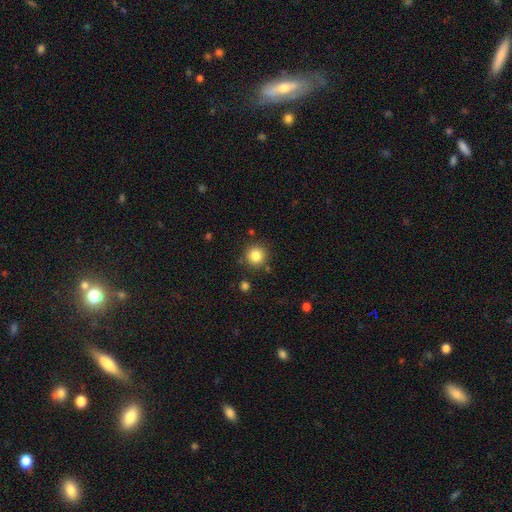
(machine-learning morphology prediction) Smooth or featured? Predicted: smooth (p=0.84). How rounded? Predicted: round (p=0.94). Merging? Predicted: none (p=0.86).